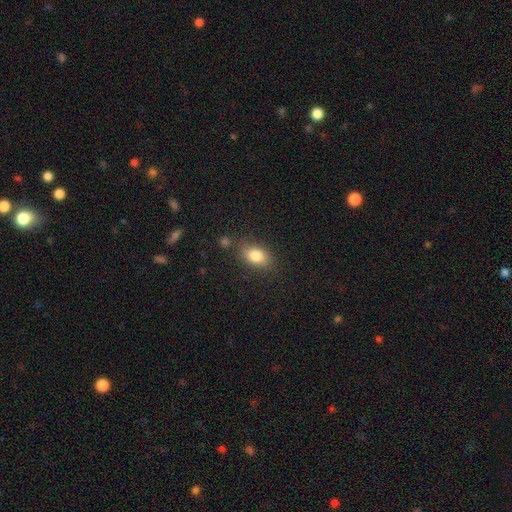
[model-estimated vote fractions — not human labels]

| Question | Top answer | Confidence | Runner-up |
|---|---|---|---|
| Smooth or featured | smooth | 81% | featured or disk (9%) |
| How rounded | in between | 81% | round (16%) |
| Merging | none | 76% | minor disturbance (15%) |